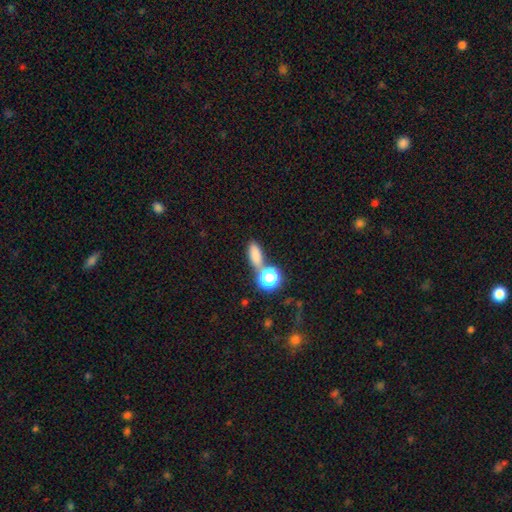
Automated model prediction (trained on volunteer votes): Smooth or featured?
  - smooth: 77% *
  - star or artifact: 16%
  - featured or disk: 7%
How rounded?
  - in between: 65% *
  - round: 18%
  - cigar-shaped: 17%
Merging?
  - none: 61% *
  - merger: 23%
  - minor disturbance: 11%
  - major disturbance: 4%